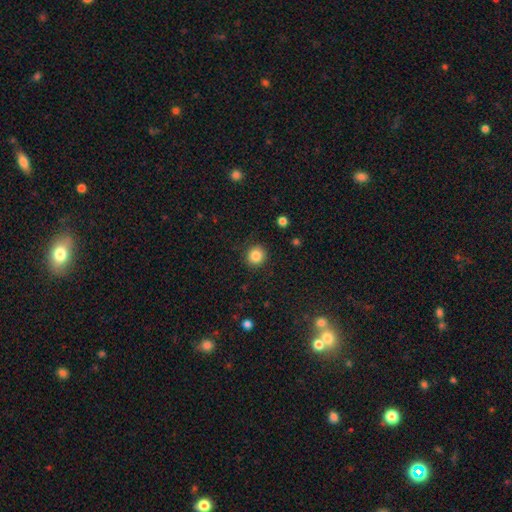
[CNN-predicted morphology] This is clearly a smooth galaxy (85%). How rounded: clearly round (90%). Merging: clearly none (90%).